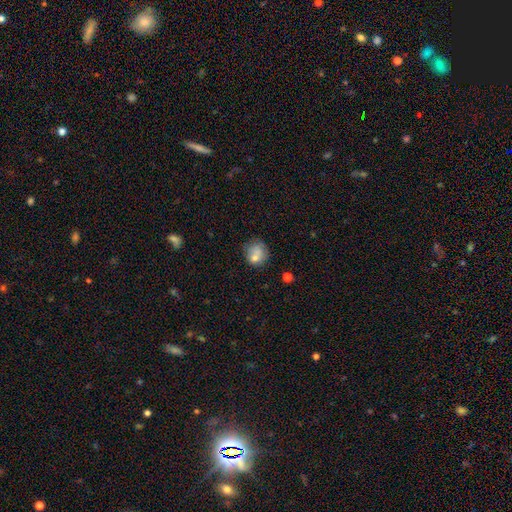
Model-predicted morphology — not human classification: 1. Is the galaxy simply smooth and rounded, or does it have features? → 73% smooth, 17% featured or disk, 10% star or artifact.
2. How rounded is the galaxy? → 76% round, 23% in between, 1% cigar-shaped.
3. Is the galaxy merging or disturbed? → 54% none, 23% minor disturbance, 15% merger, 9% major disturbance.